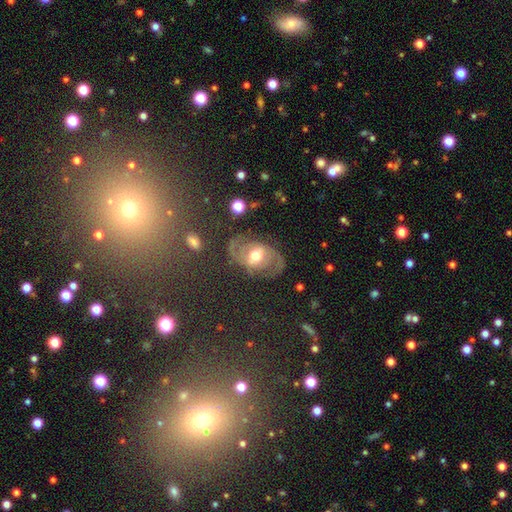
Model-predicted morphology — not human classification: Smooth or featured?
  - featured or disk: 73% *
  - smooth: 16%
  - star or artifact: 11%
Edge-on disk?
  - no: 96% *
  - yes: 4%
Bar?
  - weak: 46% *
  - no: 35%
  - strong: 20%
Spiral arms?
  - yes: 83% *
  - no: 17%
Spiral winding?
  - medium: 47% *
  - tight: 29%
  - loose: 25%
Spiral arm count?
  - 2: 80% *
  - can't tell: 10%
  - 3: 3%
  - 1: 3%
  - 4: 2%
  - more than 4: 2%
Bulge size?
  - moderate: 74% *
  - large: 14%
  - small: 10%
  - dominant: 1%
  - none: 1%
Merging?
  - none: 67% *
  - minor disturbance: 18%
  - major disturbance: 13%
  - merger: 2%